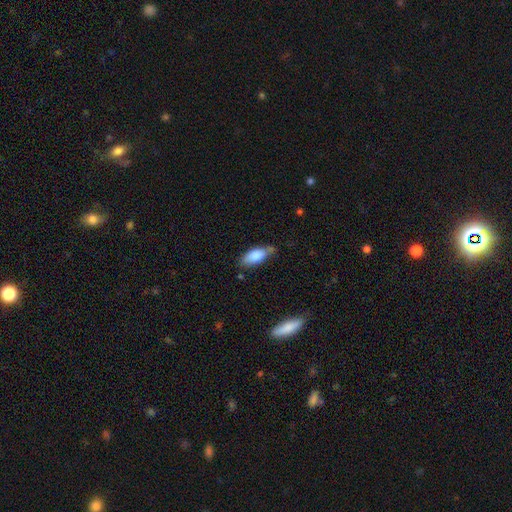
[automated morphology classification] Q: Smooth or featured?
A: smooth (81%); runner-up: featured or disk (13%)
Q: How rounded?
A: in between (77%); runner-up: cigar-shaped (21%)
Q: Merging?
A: none (62%); runner-up: minor disturbance (28%)